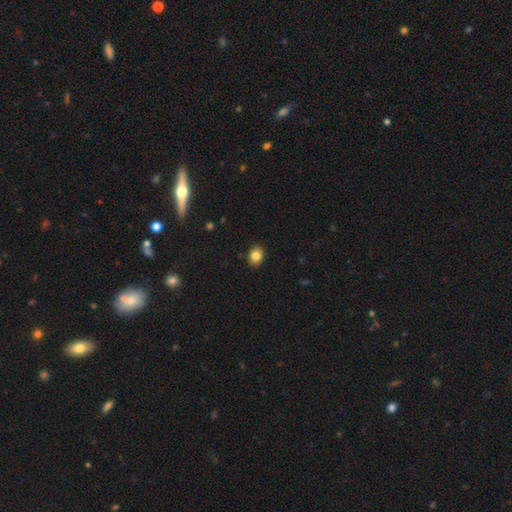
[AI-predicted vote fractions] Smooth or featured? smooth (83%)
How rounded? in between (59%)
Merging? none (89%)